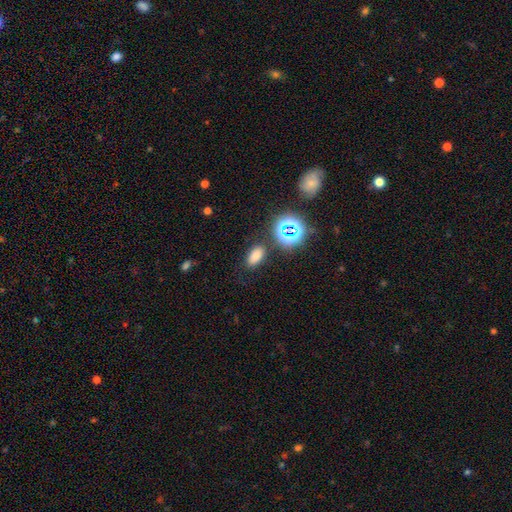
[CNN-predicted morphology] Smooth or featured: smooth — 74% (star or artifact — 20%)
How rounded: in between — 88% (round — 9%)
Merging: none — 82% (minor disturbance — 11%)